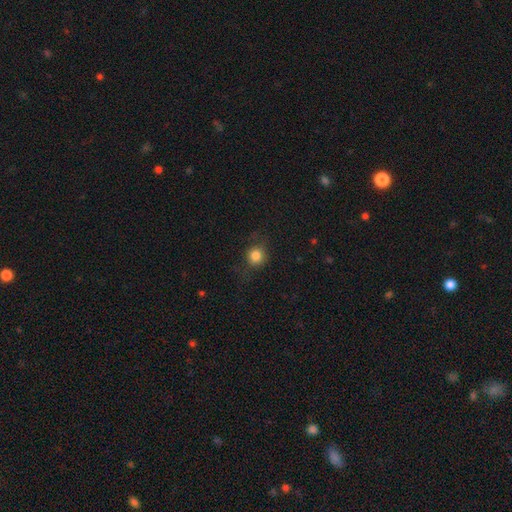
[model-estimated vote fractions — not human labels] Smooth or featured? smooth (82%)
How rounded? round (86%)
Merging? none (76%)